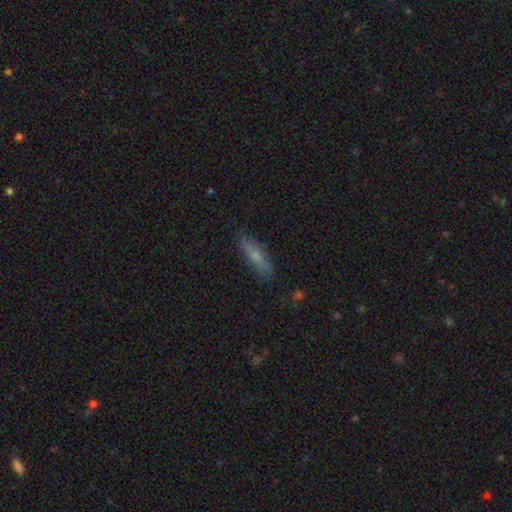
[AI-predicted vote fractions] A smooth galaxy with no disk features (65%) that is cigar-shaped (67%).

Vote fractions:
- Smooth or featured? smooth: 65% / featured or disk: 28% / star or artifact: 7%
- How rounded? cigar-shaped: 67% / in between: 31% / round: 2%
- Merging? none: 82% / minor disturbance: 14% / major disturbance: 3% / merger: 1%